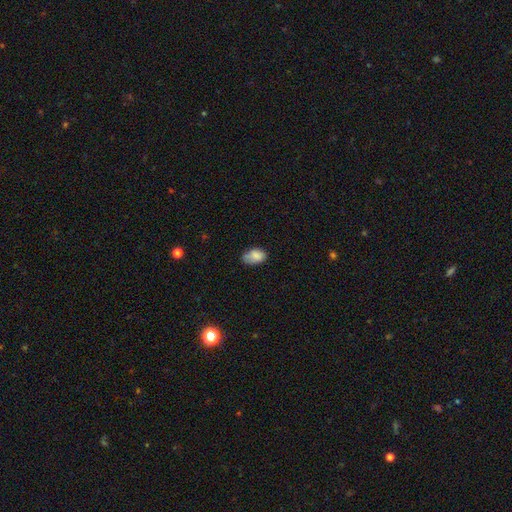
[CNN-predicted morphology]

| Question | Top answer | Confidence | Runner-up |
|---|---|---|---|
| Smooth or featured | smooth | 81% | featured or disk (10%) |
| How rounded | in between | 87% | round (12%) |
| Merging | none | 53% | minor disturbance (34%) |